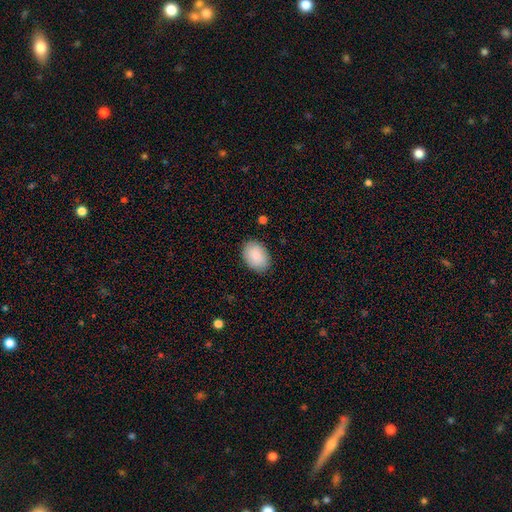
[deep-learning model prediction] Smooth or featured? smooth (84%)
How rounded? in between (81%)
Merging? none (85%)